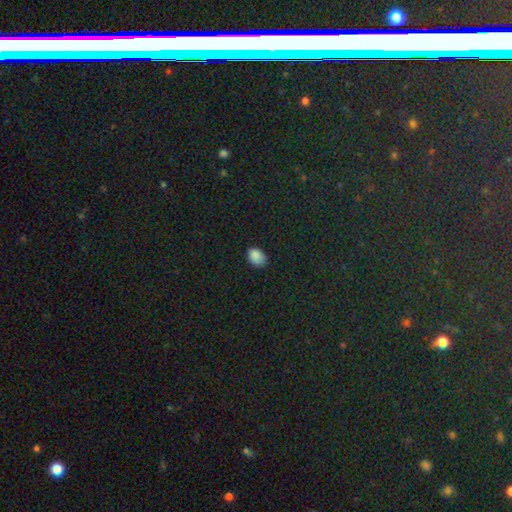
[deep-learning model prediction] Smooth or featured: smooth — 86% (star or artifact — 11%)
How rounded: in between — 74% (round — 25%)
Merging: none — 79% (minor disturbance — 17%)